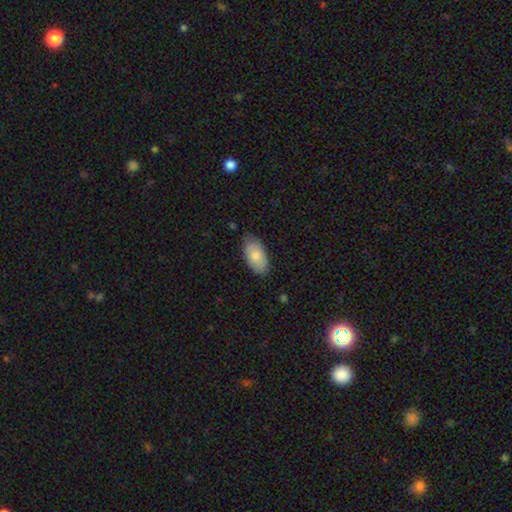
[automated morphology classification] Overall: smooth (77%). How rounded: in between (94%). Merging: none (81%).